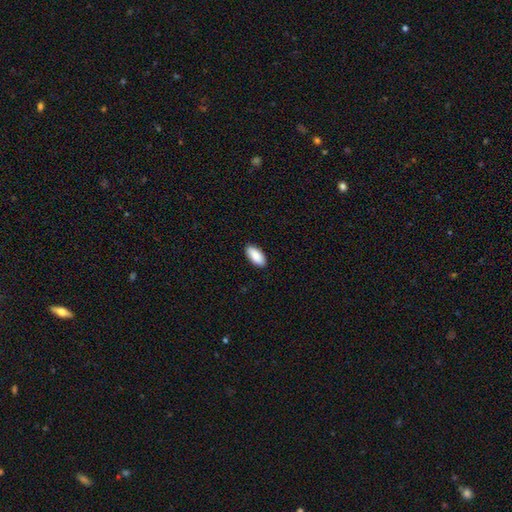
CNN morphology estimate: A smooth galaxy with no disk features (89%) that is in between round and cigar-shaped (89%). Merging: none (90%).